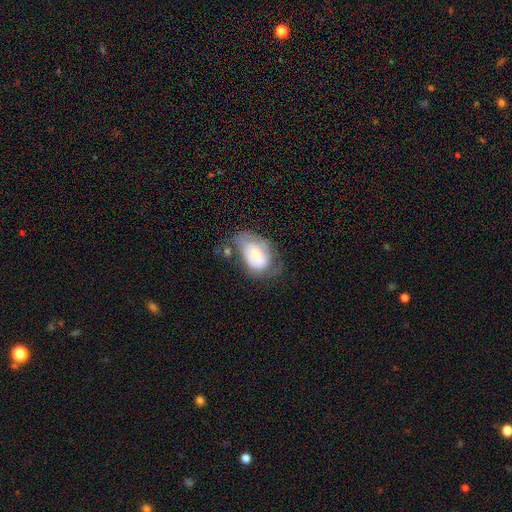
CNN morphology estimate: A featured or disk galaxy (46%, tied with smooth). Merging: minor disturbance (31%, tied with none).